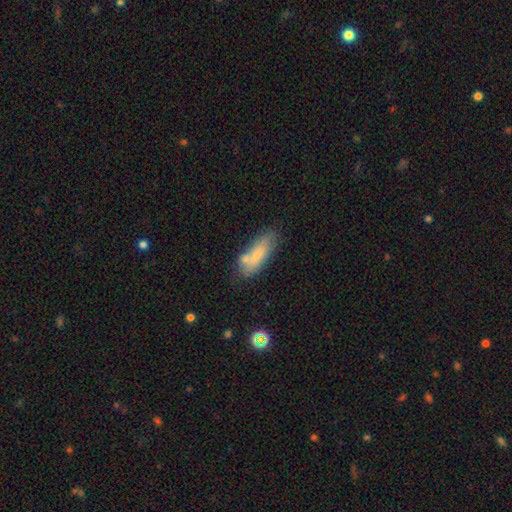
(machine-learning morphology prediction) Smooth or featured? smooth (70%)
How rounded? in between (61%)
Merging? none (64%)